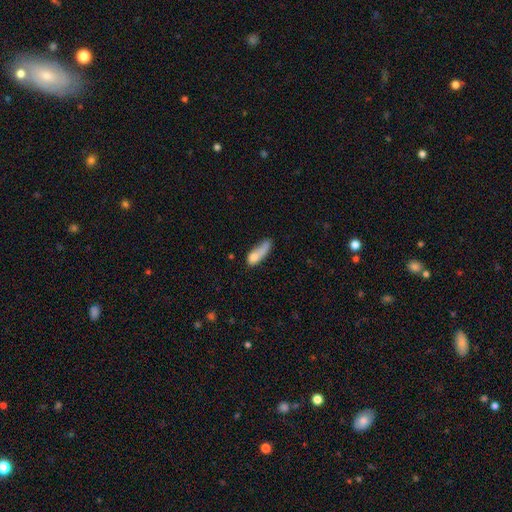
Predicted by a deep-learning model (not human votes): smooth_or_featured: smooth (p=0.69) [alt: featured or disk p=0.23]
how_rounded: in between (p=0.50) [alt: cigar-shaped p=0.45]
merging: none (p=0.29) [alt: major disturbance p=0.27]